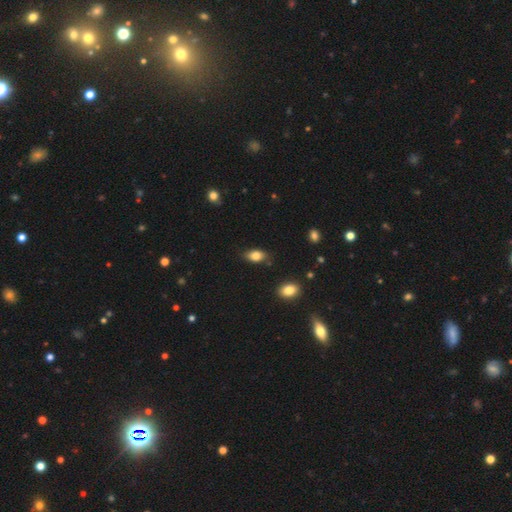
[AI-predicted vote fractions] The model was most divided on "merging": none: 79%, minor disturbance: 16%, major disturbance: 3%, merger: 2%. More confident: how rounded — in between (88%); smooth or featured — smooth (84%).